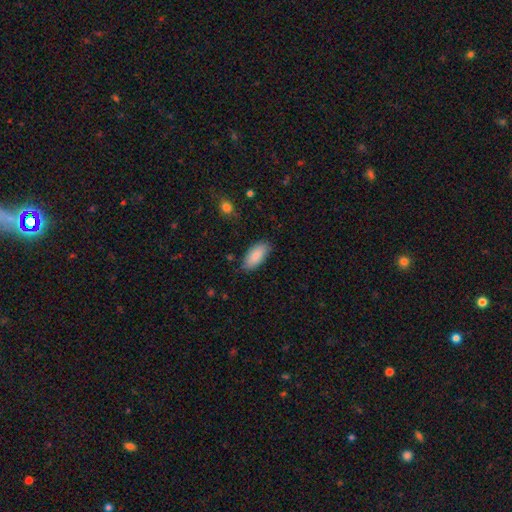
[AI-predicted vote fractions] Smooth or featured: smooth — 88% (featured or disk — 6%)
How rounded: in between — 90% (cigar-shaped — 8%)
Merging: none — 82% (minor disturbance — 14%)